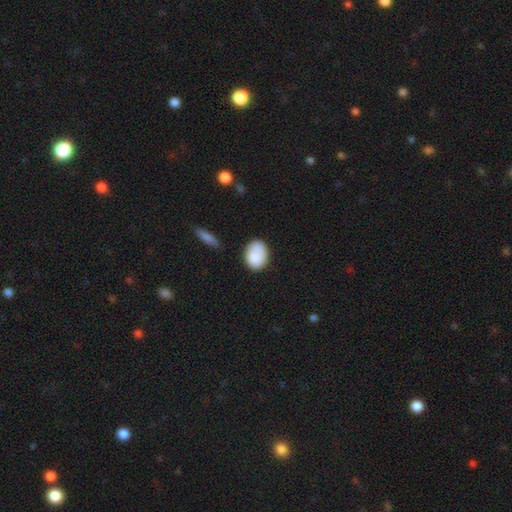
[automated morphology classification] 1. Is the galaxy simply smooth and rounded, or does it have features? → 86% smooth, 7% star or artifact, 7% featured or disk.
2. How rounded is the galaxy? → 70% in between, 29% round, 1% cigar-shaped.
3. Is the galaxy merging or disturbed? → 69% none, 22% minor disturbance, 5% major disturbance, 4% merger.